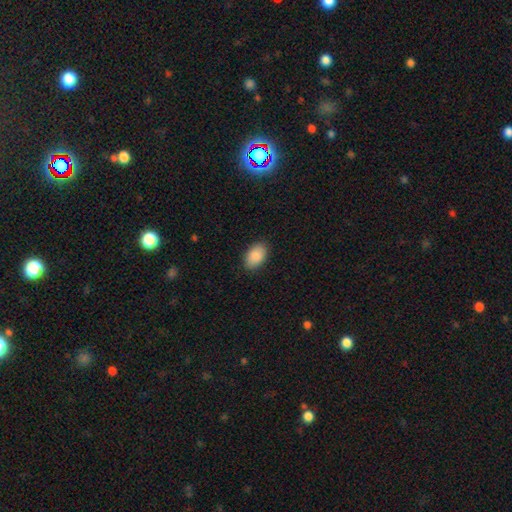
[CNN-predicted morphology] Smooth or featured: smooth — 89% (star or artifact — 6%)
How rounded: in between — 92% (round — 7%)
Merging: none — 88% (minor disturbance — 9%)